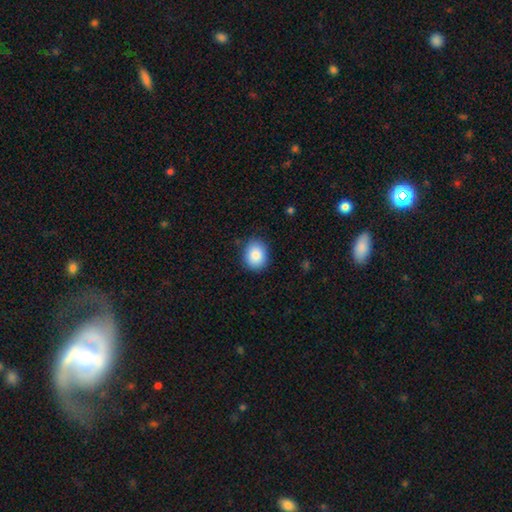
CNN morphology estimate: Smooth or featured? Predicted: smooth (p=0.86). How rounded? Predicted: round (p=0.57). Merging? Predicted: none (p=0.85).